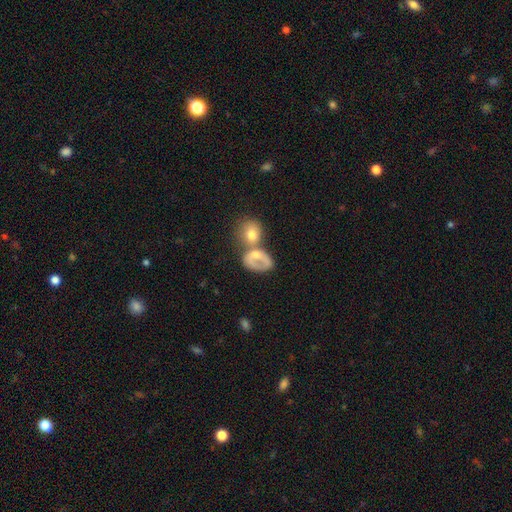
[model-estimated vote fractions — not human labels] Smooth or featured?
  - smooth: 56% *
  - featured or disk: 35%
  - star or artifact: 9%
How rounded?
  - in between: 64% *
  - round: 35%
  - cigar-shaped: 2%
Merging?
  - merger: 53% *
  - none: 23%
  - minor disturbance: 12%
  - major disturbance: 11%